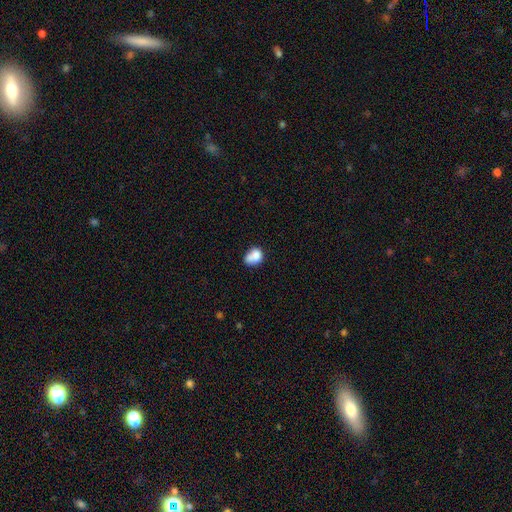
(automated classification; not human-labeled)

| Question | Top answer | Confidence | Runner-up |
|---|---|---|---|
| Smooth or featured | smooth | 75% | featured or disk (16%) |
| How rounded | in between | 56% | round (43%) |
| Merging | merger | 41% | none (33%) |